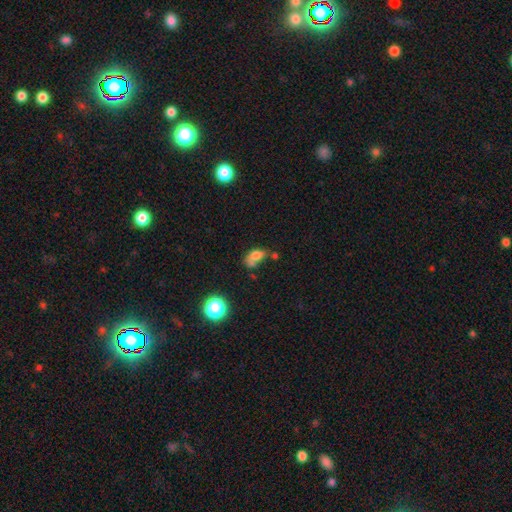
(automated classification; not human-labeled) Smooth or featured: smooth — 67% (featured or disk — 17%)
How rounded: in between — 74% (round — 23%)
Merging: merger — 36% (none — 26%)